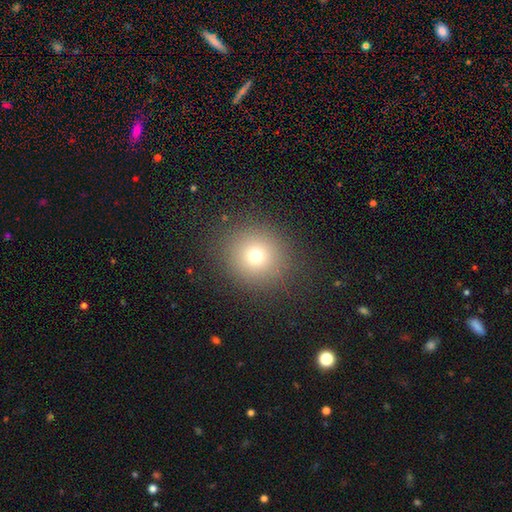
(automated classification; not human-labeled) Overall: smooth (71%). How rounded: round (92%). Merging: none (88%).